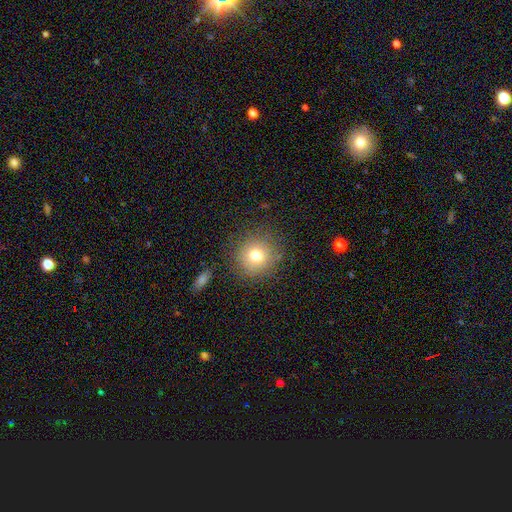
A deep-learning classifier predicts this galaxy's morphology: The model was most divided on "smooth or featured": smooth: 75%, star or artifact: 13%, featured or disk: 12%. More confident: how rounded — round (92%); merging — none (85%).